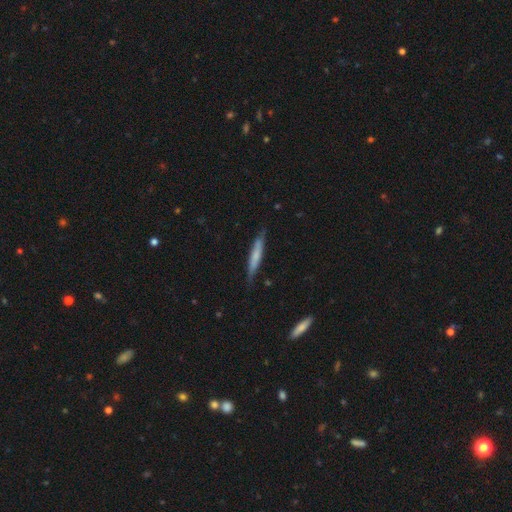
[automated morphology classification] Smooth or featured? Predicted: smooth (p=0.59). How rounded? Predicted: cigar-shaped (p=0.92). Merging? Predicted: none (p=0.79).